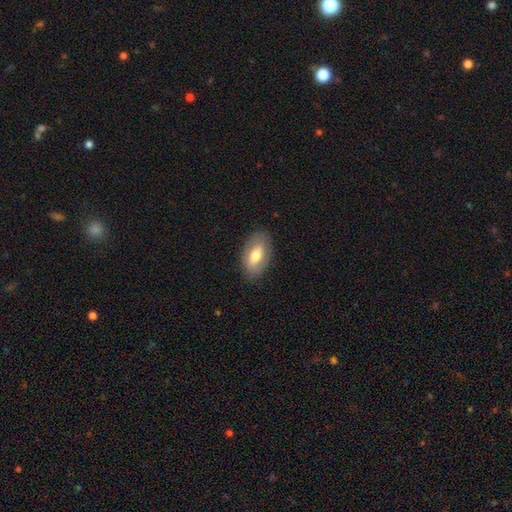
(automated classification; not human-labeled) smooth 58%, featured or disk 35%, star or artifact 6%. Down the decision tree: how rounded — in between (92%); merging — none (83%).